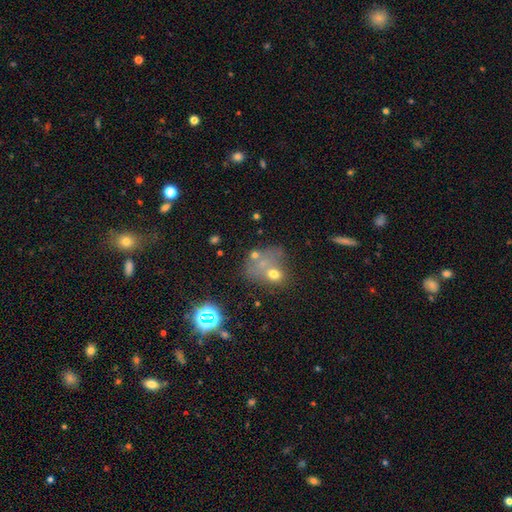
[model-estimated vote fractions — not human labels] Morphology: type=smooth (48%); merging=merger (34%).